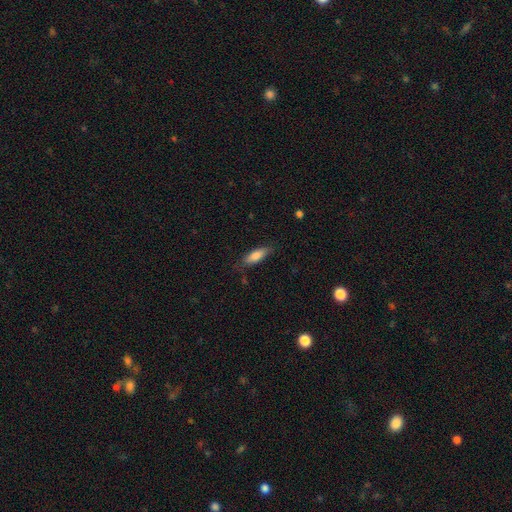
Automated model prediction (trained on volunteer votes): Smooth or featured? smooth (79%)
How rounded? in between (56%)
Merging? none (76%)